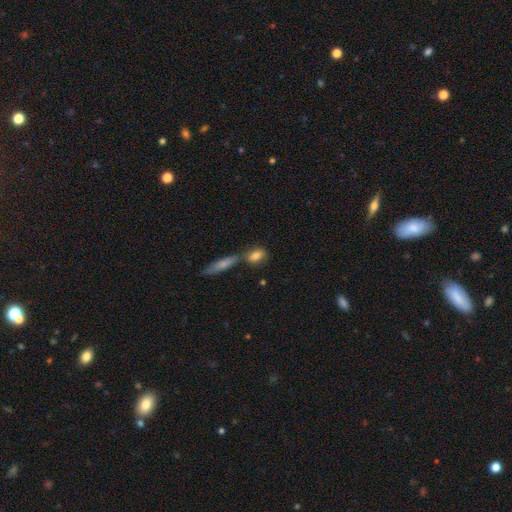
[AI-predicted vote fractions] smooth-or-featured: smooth: 79% | featured or disk: 13% | star or artifact: 8%
  how-rounded: in between: 69% | round: 17% | cigar-shaped: 14%
  merging: none: 57% | merger: 26% | minor disturbance: 12% | major disturbance: 4%